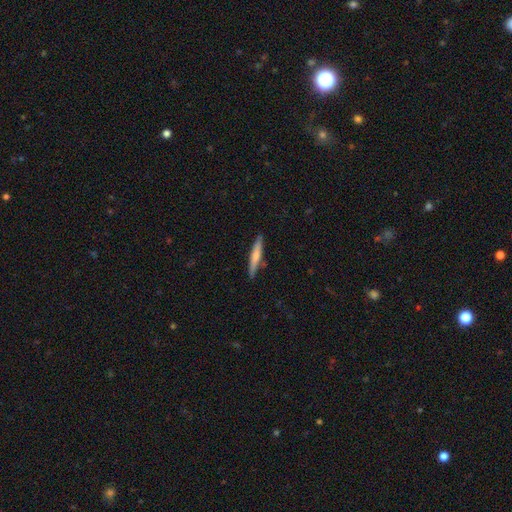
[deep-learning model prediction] The model was most divided on "smooth or featured": smooth: 58%, featured or disk: 36%, star or artifact: 5%. More confident: how rounded — cigar-shaped (93%); merging — none (85%).